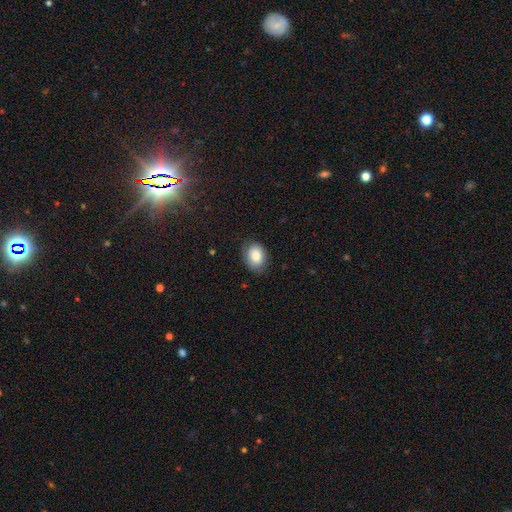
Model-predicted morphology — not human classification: smooth_or_featured: smooth (p=0.83) [alt: featured or disk p=0.09]
how_rounded: in between (p=0.71) [alt: round p=0.28]
merging: none (p=0.81) [alt: minor disturbance p=0.15]